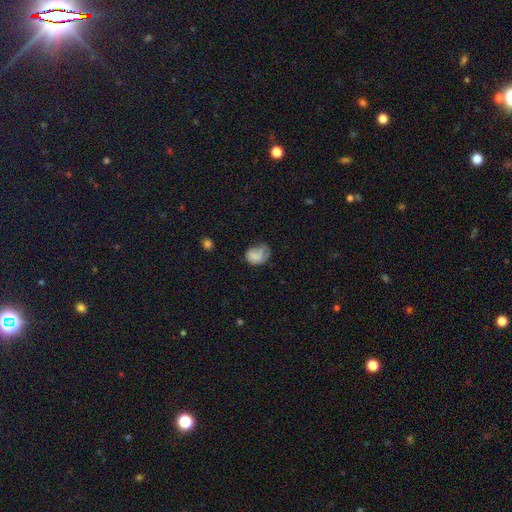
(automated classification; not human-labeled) Smooth or featured?
  - smooth: 73% *
  - featured or disk: 18%
  - star or artifact: 10%
How rounded?
  - in between: 55% *
  - round: 44%
  - cigar-shaped: 1%
Merging?
  - none: 37% *
  - minor disturbance: 36%
  - major disturbance: 24%
  - merger: 3%